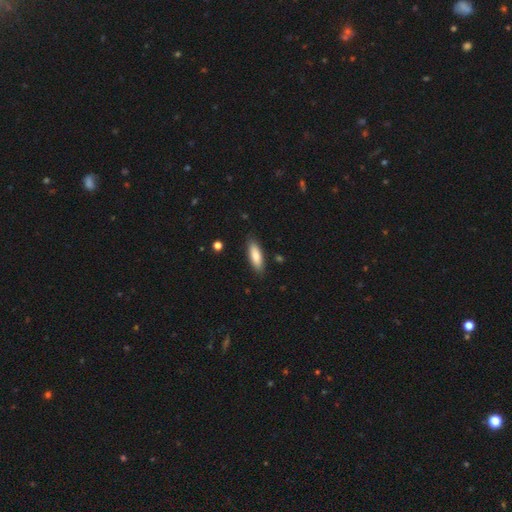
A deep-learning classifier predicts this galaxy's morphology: smooth 81%, featured or disk 13%, star or artifact 6%. Down the decision tree: how rounded — in between (57%); merging — none (86%).